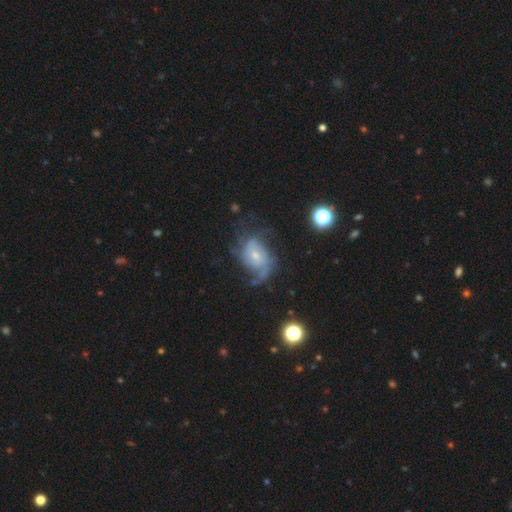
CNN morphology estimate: This appears to be a featured or disk galaxy (72%) with no bar (64%), 2 (37%) loose (40%) spiral arms (86%) and a small central bulge (59%). Merging: none (43%).